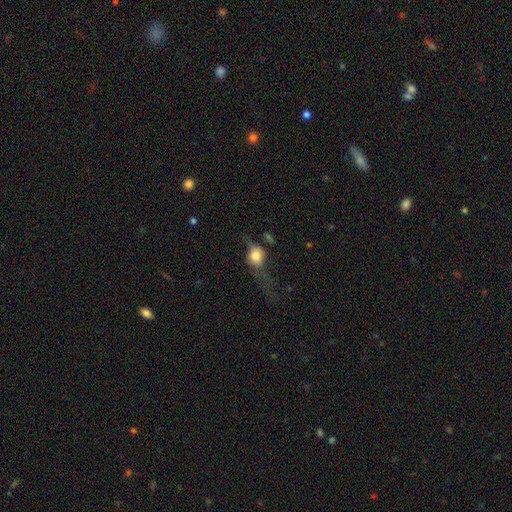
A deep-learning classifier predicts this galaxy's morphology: Overall: smooth (49%; featured or disk 41%). Merging: major disturbance (40%; none 34%).